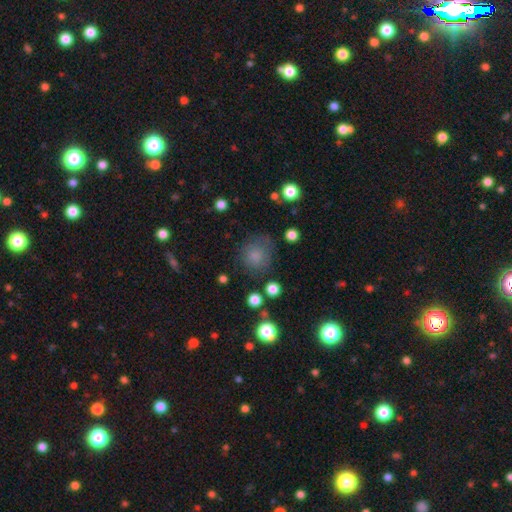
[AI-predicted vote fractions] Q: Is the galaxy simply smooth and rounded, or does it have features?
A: smooth — 77%.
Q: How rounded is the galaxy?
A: round — 85%.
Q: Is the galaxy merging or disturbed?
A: none — 68%.